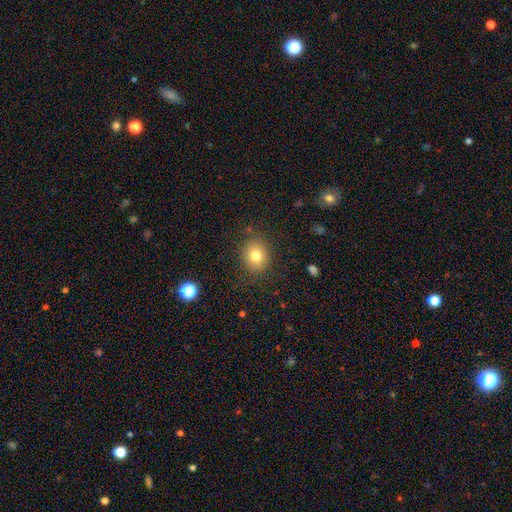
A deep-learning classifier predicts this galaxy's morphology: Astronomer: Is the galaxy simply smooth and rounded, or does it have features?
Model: smooth — 79%.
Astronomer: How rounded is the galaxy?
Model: round — 69%.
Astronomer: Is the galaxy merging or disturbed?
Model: none — 86%.